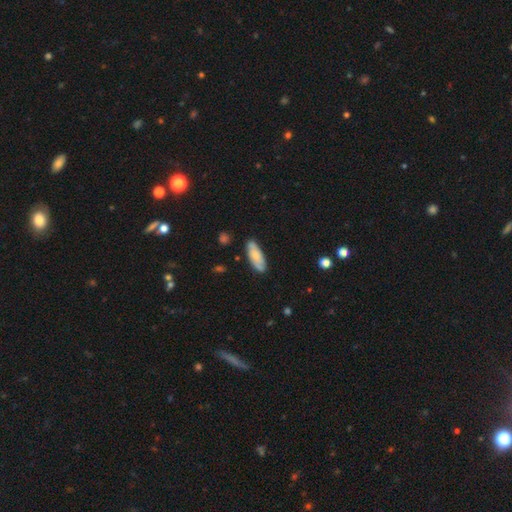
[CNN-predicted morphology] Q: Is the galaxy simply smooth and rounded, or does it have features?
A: smooth — 64%.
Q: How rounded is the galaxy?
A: in between — 71%.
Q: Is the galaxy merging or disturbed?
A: none — 78%.